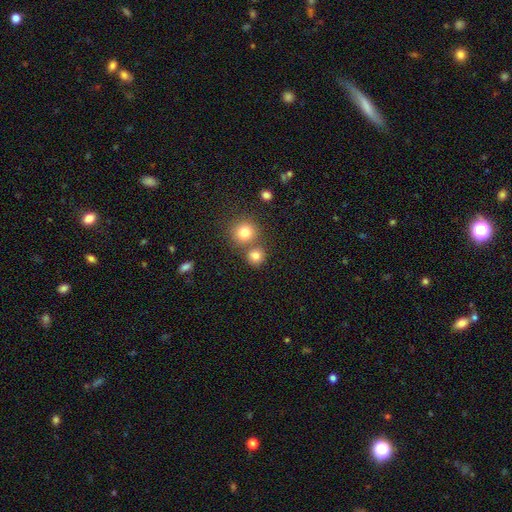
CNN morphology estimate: A smooth galaxy with no disk features (79%) that is round (88%).

Vote fractions:
- Smooth or featured? smooth: 79% / star or artifact: 13% / featured or disk: 8%
- How rounded? round: 88% / in between: 11% / cigar-shaped: 1%
- Merging? none: 65% / merger: 26% / minor disturbance: 7% / major disturbance: 3%